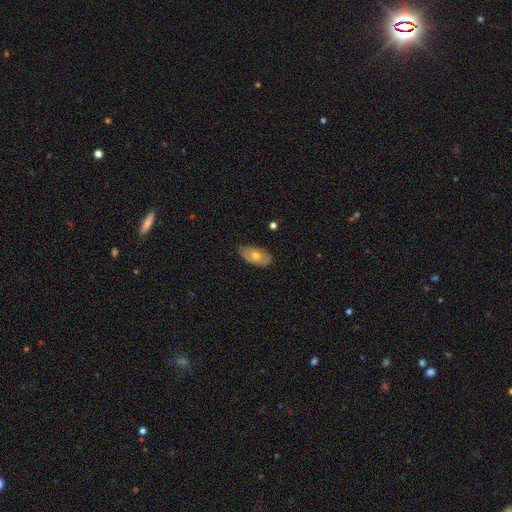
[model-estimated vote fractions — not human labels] The model was most divided on "smooth or featured": smooth: 60%, featured or disk: 33%, star or artifact: 7%. More confident: how rounded — in between (92%); merging — none (76%).